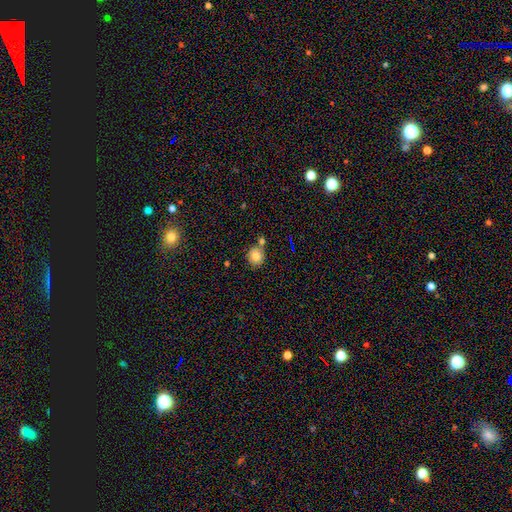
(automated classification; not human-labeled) smooth-or-featured: smooth: 81% | star or artifact: 10% | featured or disk: 8%
  how-rounded: round: 81% | in between: 18% | cigar-shaped: 1%
  merging: none: 63% | merger: 23% | minor disturbance: 11% | major disturbance: 3%